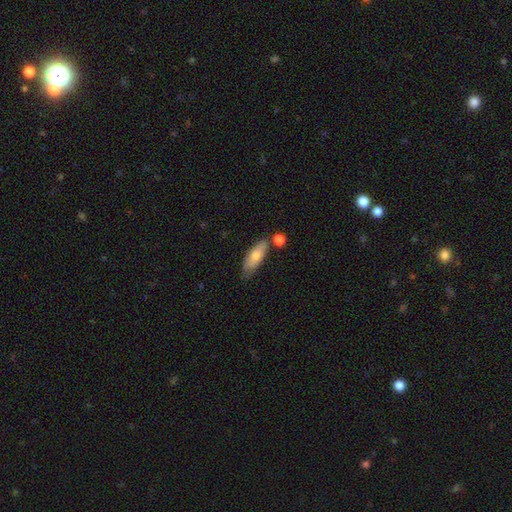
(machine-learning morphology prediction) A smooth galaxy with no disk features (70%) that is in between round and cigar-shaped (59%).

Vote fractions:
- Smooth or featured? smooth: 70% / featured or disk: 23% / star or artifact: 7%
- How rounded? in between: 59% / cigar-shaped: 38% / round: 3%
- Merging? none: 69% / minor disturbance: 18% / merger: 10% / major disturbance: 4%